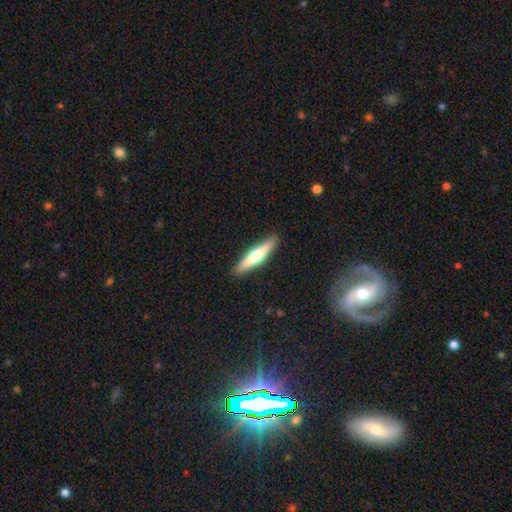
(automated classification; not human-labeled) Smooth or featured? featured or disk (55%)
Edge-on disk? yes (95%)
Edge-on bulge? rounded (91%)
Merging? none (91%)